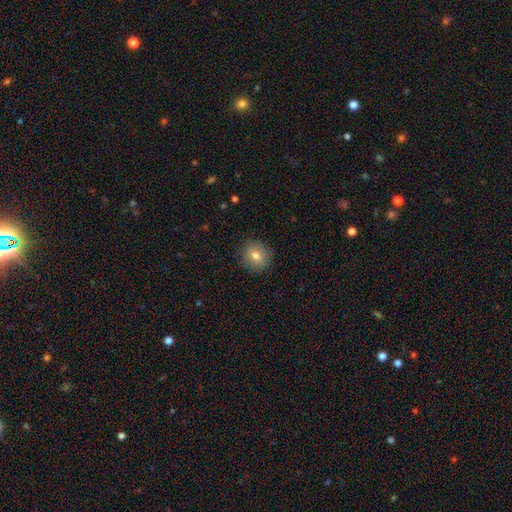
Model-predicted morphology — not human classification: Smooth or featured? Predicted: smooth (p=0.77). How rounded? Predicted: round (p=0.79). Merging? Predicted: none (p=0.89).